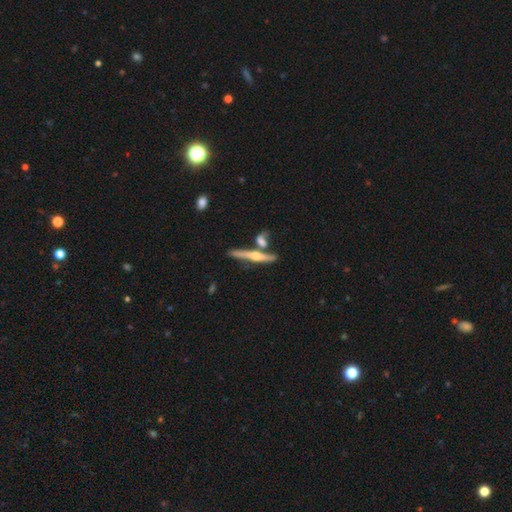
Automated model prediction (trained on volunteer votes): Overall: featured or disk (74%). Edge-on disk: yes (96%). Edge-on bulge: rounded (92%). Merging: none (67%).